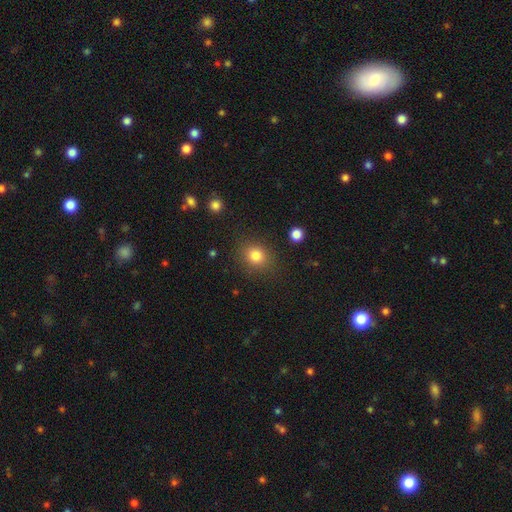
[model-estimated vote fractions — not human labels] Q: Smooth or featured?
A: smooth (82%); runner-up: star or artifact (12%)
Q: How rounded?
A: round (70%); runner-up: in between (29%)
Q: Merging?
A: none (85%); runner-up: minor disturbance (10%)